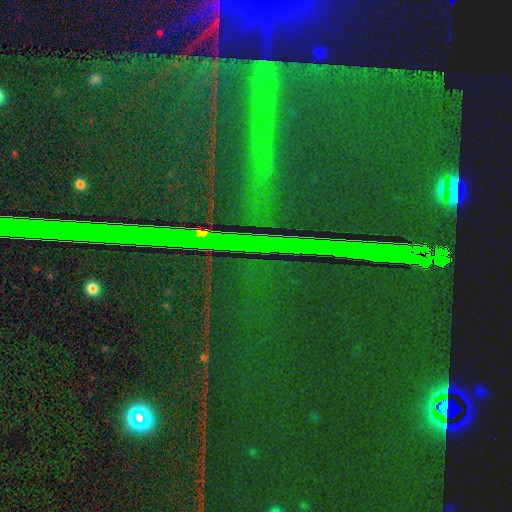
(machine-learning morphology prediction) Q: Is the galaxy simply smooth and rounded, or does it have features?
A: star or artifact — 91%.